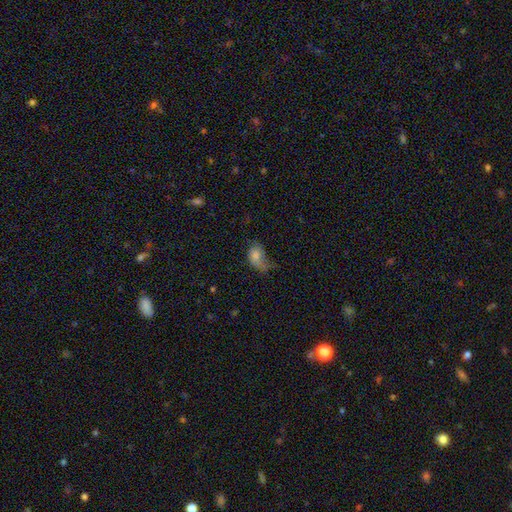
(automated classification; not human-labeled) Smooth or featured: smooth — 69% (featured or disk — 19%)
How rounded: in between — 85% (round — 13%)
Merging: minor disturbance — 33% (major disturbance — 32%)